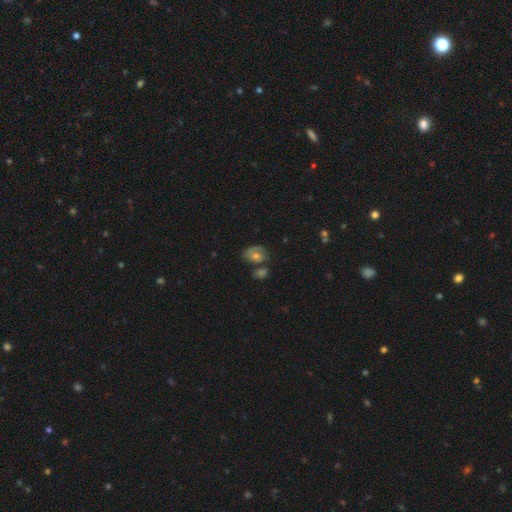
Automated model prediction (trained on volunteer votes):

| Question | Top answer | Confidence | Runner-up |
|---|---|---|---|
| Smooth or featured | featured or disk | 46% | smooth (42%) |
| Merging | none | 51% | merger (21%) |